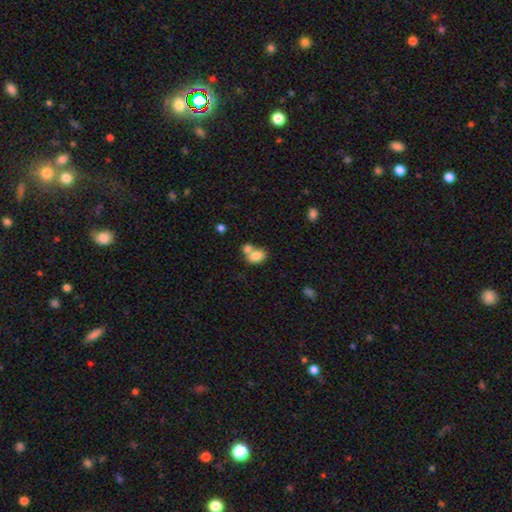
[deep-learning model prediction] smooth_or_featured: smooth (p=0.81) [alt: featured or disk p=0.11]
how_rounded: in between (p=0.78) [alt: round p=0.21]
merging: merger (p=0.55) [alt: none p=0.32]